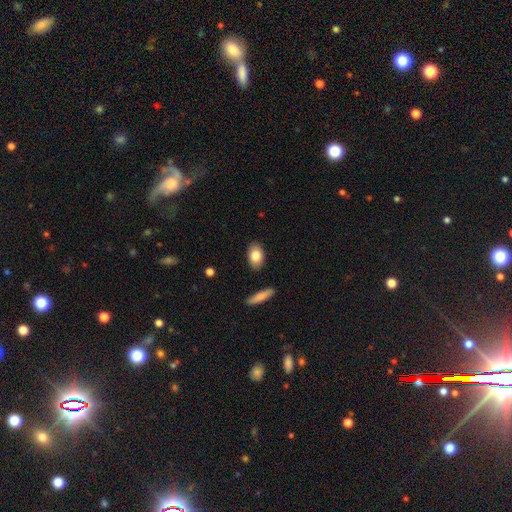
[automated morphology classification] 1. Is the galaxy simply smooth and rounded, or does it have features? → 81% smooth, 11% featured or disk, 7% star or artifact.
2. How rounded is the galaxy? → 87% in between, 11% round, 2% cigar-shaped.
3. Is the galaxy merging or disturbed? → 87% none, 9% minor disturbance, 2% major disturbance, 2% merger.